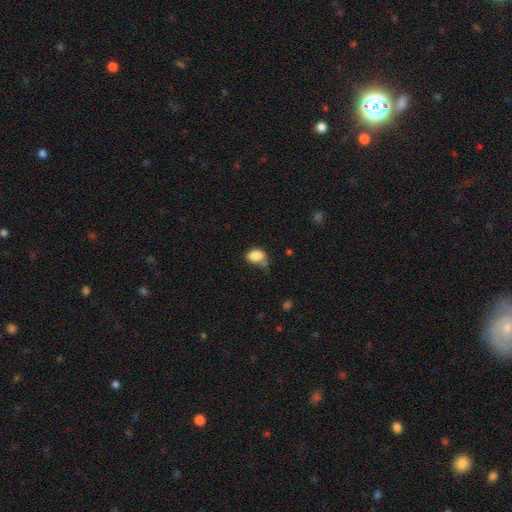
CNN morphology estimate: This appears to be a smooth galaxy with no disk features (85%) that is in between round and cigar-shaped (77%). Merging: none (49%).